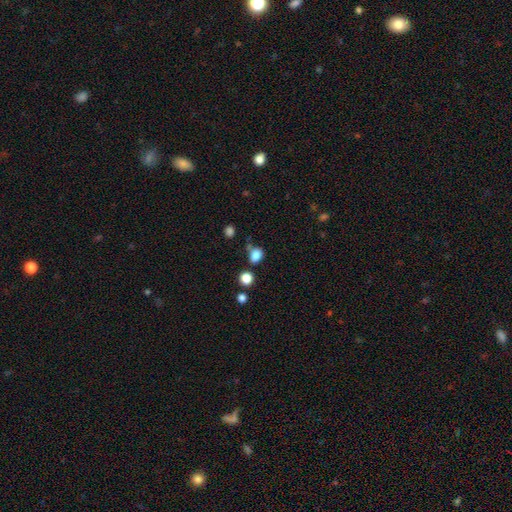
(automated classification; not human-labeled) Smooth or featured? Predicted: smooth (p=0.82). How rounded? Predicted: in between (p=0.60). Merging? Predicted: none (p=0.56).